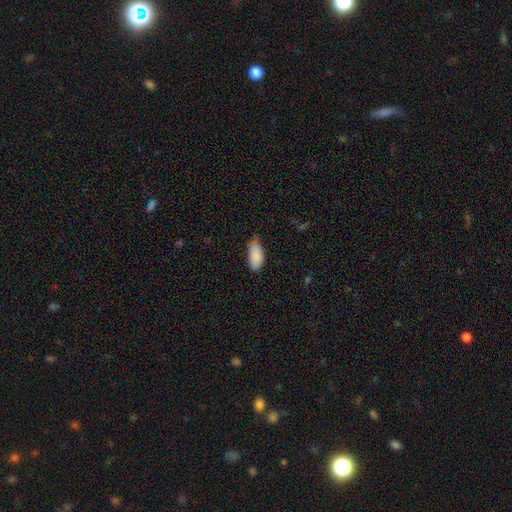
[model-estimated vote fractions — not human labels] Smooth or featured?
  - smooth: 87% *
  - star or artifact: 6%
  - featured or disk: 6%
How rounded?
  - in between: 91% *
  - cigar-shaped: 7%
  - round: 2%
Merging?
  - none: 58% *
  - minor disturbance: 35%
  - major disturbance: 5%
  - merger: 2%